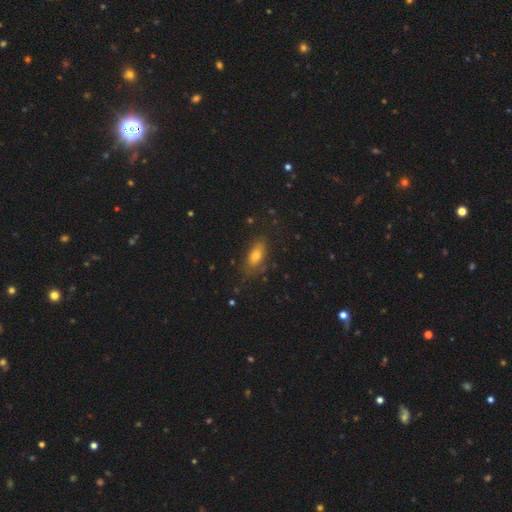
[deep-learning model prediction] Morphology: type=smooth (70%); roundness=in between (81%); merging=none (75%).